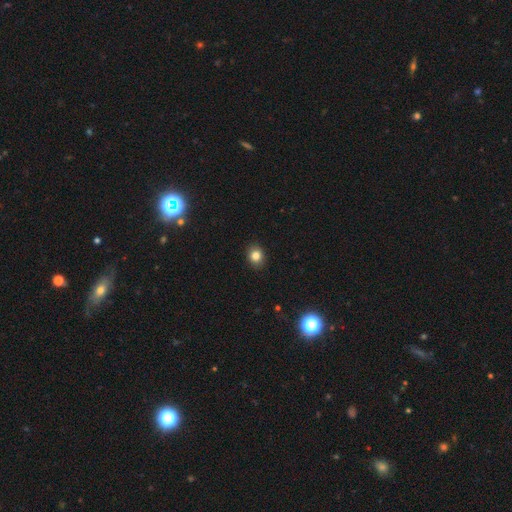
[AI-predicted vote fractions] The model was most divided on "how rounded": round: 64%, in between: 36%, cigar-shaped: 1%. More confident: merging — none (91%); smooth or featured — smooth (82%).